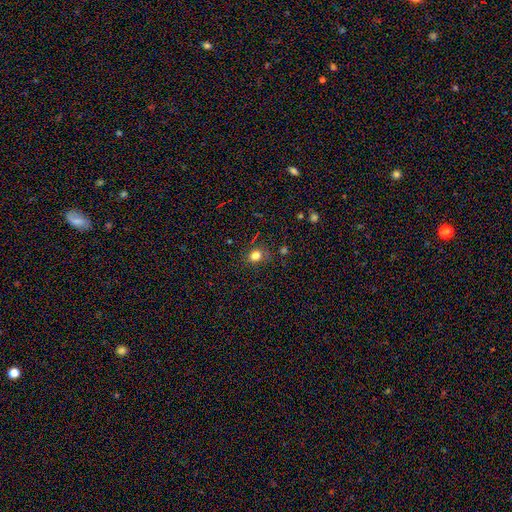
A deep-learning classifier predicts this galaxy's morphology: Smooth or featured?
  - smooth: 78% *
  - star or artifact: 16%
  - featured or disk: 6%
How rounded?
  - round: 65% *
  - in between: 34%
  - cigar-shaped: 1%
Merging?
  - none: 78% *
  - minor disturbance: 15%
  - major disturbance: 5%
  - merger: 2%